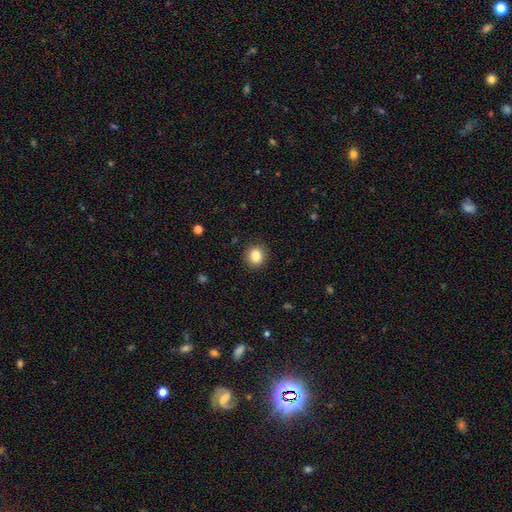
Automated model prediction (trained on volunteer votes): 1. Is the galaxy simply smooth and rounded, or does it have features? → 86% smooth, 10% star or artifact, 4% featured or disk.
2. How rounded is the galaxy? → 83% round, 16% in between, 1% cigar-shaped.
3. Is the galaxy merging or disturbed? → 90% none, 7% minor disturbance, 2% major disturbance, 1% merger.